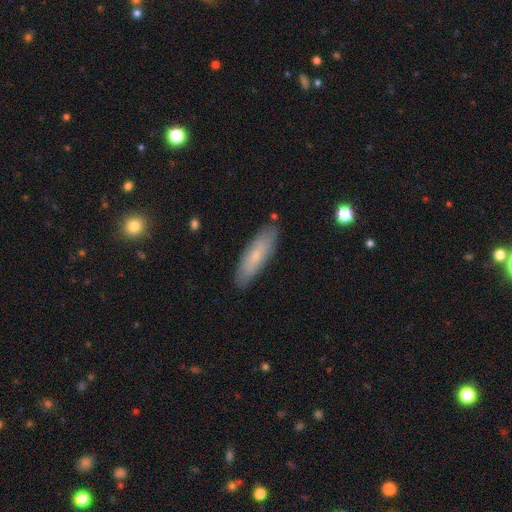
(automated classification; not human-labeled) Smooth or featured: smooth — 68% (featured or disk — 25%)
How rounded: cigar-shaped — 58% (in between — 40%)
Merging: none — 86% (minor disturbance — 11%)